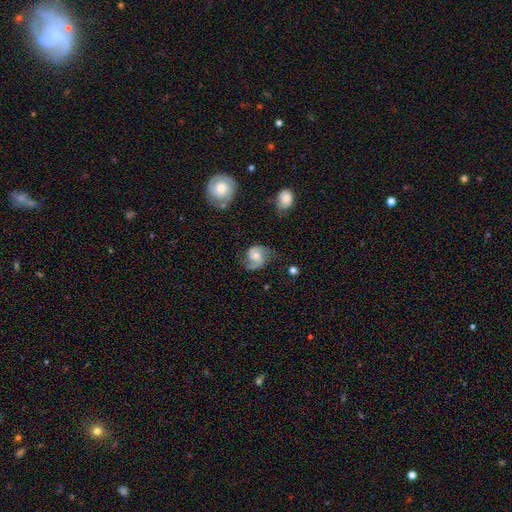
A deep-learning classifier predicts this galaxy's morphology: Overall: featured or disk (76%). Edge-on disk: no (98%). Bar: no (55%; weak 38%). Spiral arms: yes (95%). Spiral arm count: 2 (89%). Spiral winding: medium (50%; loose 31%). Bulge size: moderate (52%; small 34%). Merging: none (69%).